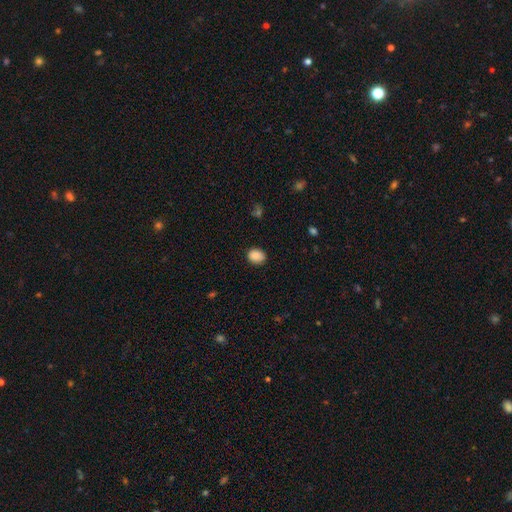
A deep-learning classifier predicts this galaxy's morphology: Overall: smooth (88%). How rounded: round (52%; in between 47%). Merging: none (85%).